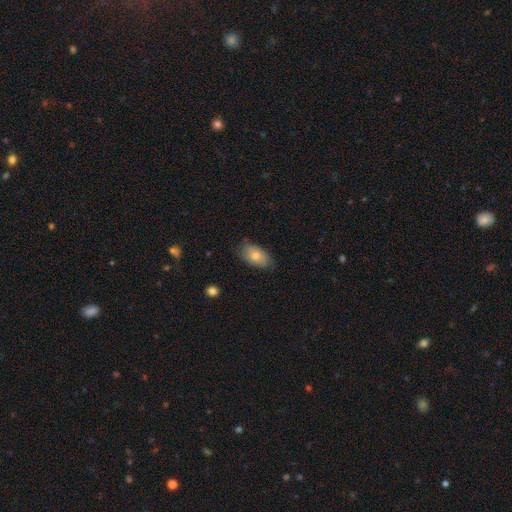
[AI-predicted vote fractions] Smooth or featured: smooth — 73% (featured or disk — 20%)
How rounded: in between — 93% (round — 5%)
Merging: none — 72% (minor disturbance — 22%)